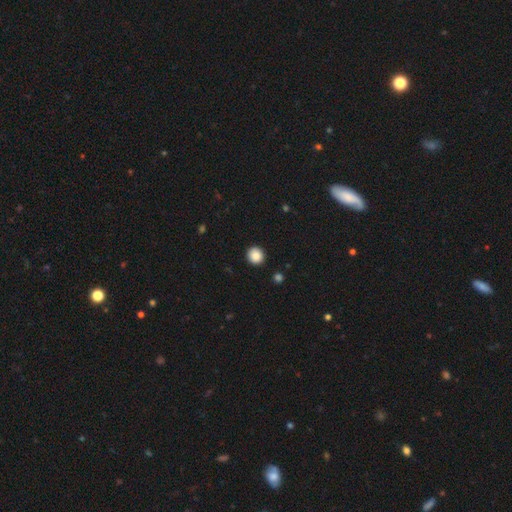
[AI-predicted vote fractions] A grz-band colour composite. It shows a smooth galaxy with no disk features (87%) that is round (90%). Merging: none (91%).